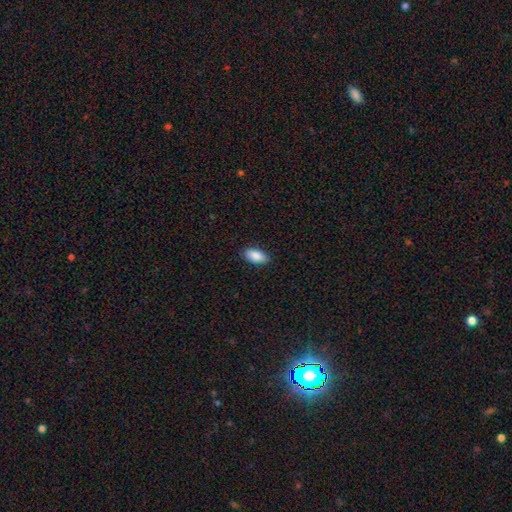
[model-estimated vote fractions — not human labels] Smooth or featured? Predicted: smooth (p=0.89). How rounded? Predicted: in between (p=0.92). Merging? Predicted: none (p=0.88).